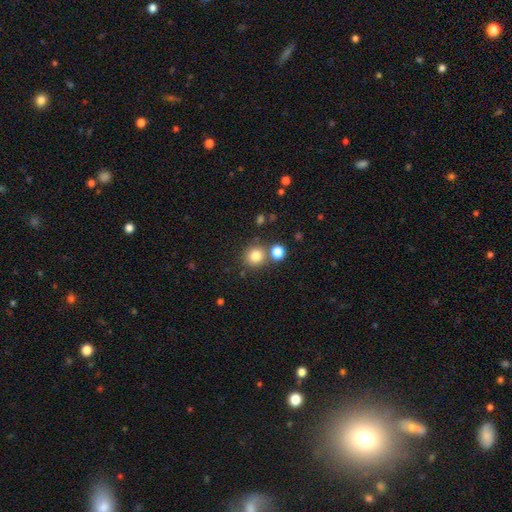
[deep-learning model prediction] This is clearly a smooth galaxy (80%). How rounded: clearly round (90%). Merging: likely none (72%).